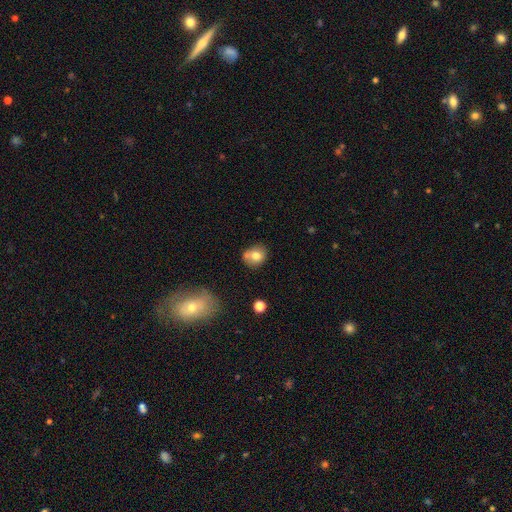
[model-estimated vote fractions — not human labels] smooth_or_featured: smooth (p=0.75) [alt: featured or disk p=0.15]
how_rounded: round (p=0.71) [alt: in between p=0.28]
merging: none (p=0.57) [alt: merger p=0.21]